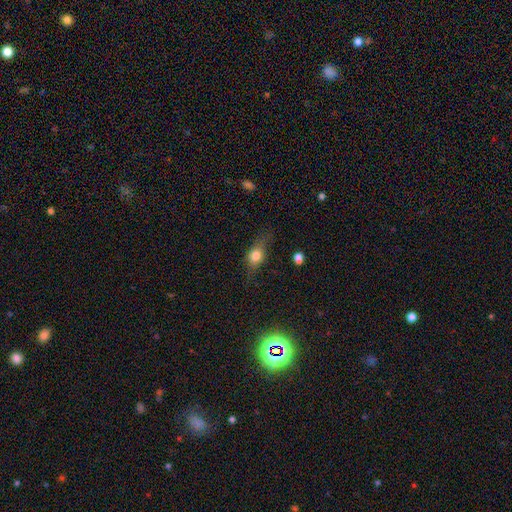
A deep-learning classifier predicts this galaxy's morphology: Smooth or featured? smooth (66%)
How rounded? in between (57%)
Merging? none (60%)